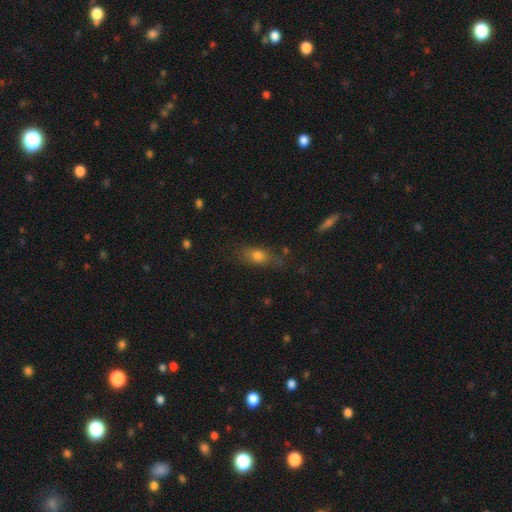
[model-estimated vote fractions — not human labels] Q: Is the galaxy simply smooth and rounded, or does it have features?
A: smooth — 68%.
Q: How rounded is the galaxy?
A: in between — 64%.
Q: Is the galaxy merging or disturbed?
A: none — 69%.